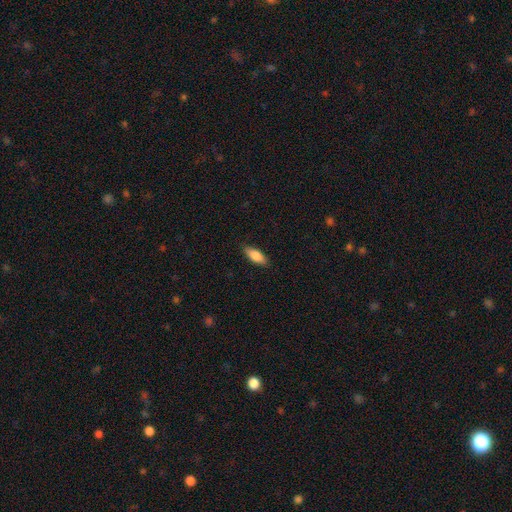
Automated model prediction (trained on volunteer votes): smooth_or_featured: smooth (p=0.84) [alt: featured or disk p=0.10]
how_rounded: in between (p=0.78) [alt: cigar-shaped p=0.20]
merging: none (p=0.85) [alt: minor disturbance p=0.12]